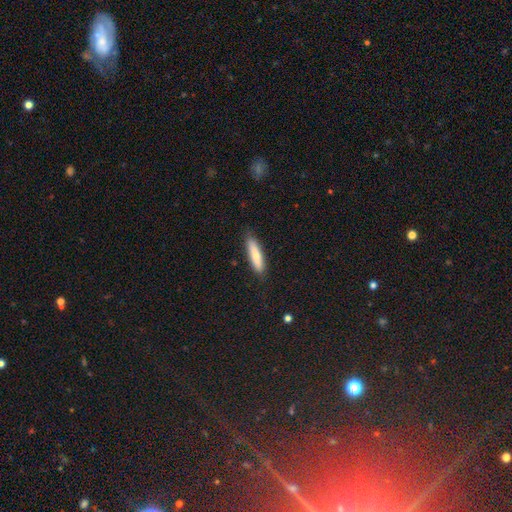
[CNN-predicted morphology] This appears to be a smooth galaxy with no disk features (75%) that is cigar-shaped (80%). Merging: none (86%).